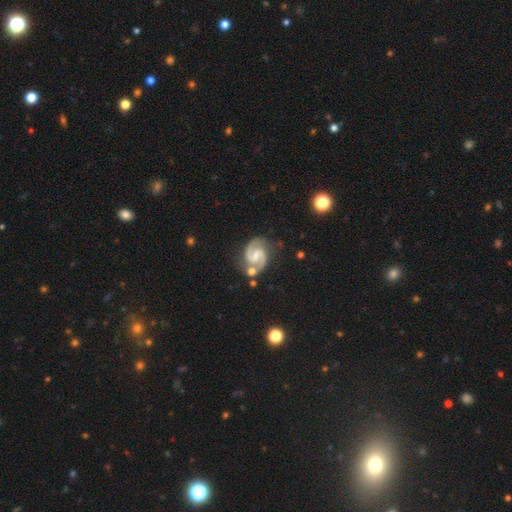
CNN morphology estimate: A featured or disk galaxy (91%) with a weak bar (50%), 2 (94%) medium (63%) spiral arms (98%) and a small central bulge (52%).

Vote fractions:
- Smooth or featured? featured or disk: 91% / star or artifact: 4% / smooth: 4%
- Edge-on disk? no: 98% / yes: 2%
- Bar? weak: 50% / no: 35% / strong: 15%
- Spiral arms? yes: 98% / no: 2%
- Spiral winding? medium: 63% / tight: 23% / loose: 14%
- Spiral arm count? 2: 94% / can't tell: 2% / 3: 1% / 1: 1% / 4: 1% / more than 4: 1%
- Bulge size? small: 52% / moderate: 31% / none: 14% / large: 2% / dominant: 1%
- Merging? none: 74% / minor disturbance: 15% / merger: 7% / major disturbance: 4%